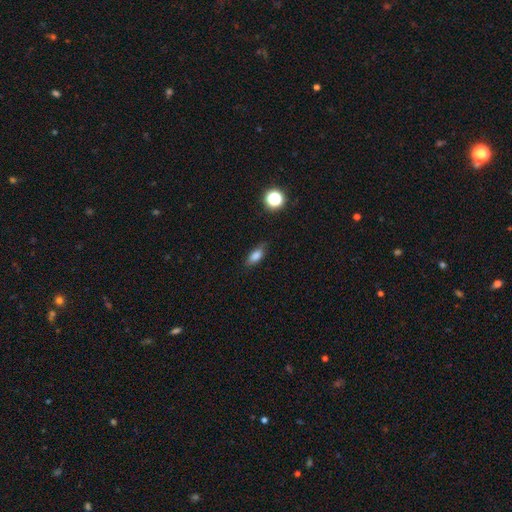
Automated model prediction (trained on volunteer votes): This appears to be a smooth galaxy with no disk features (79%) that is in between round and cigar-shaped (76%). Merging: none (79%).